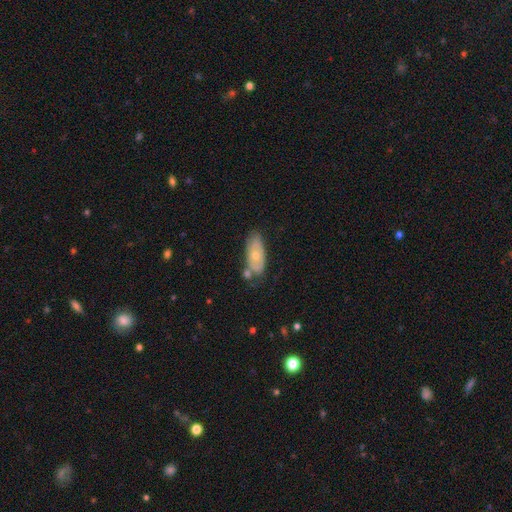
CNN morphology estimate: smooth-or-featured: smooth: 51% | featured or disk: 43% | star or artifact: 7%
  how-rounded: in between: 85% | cigar-shaped: 11% | round: 4%
  merging: none: 57% | minor disturbance: 23% | merger: 13% | major disturbance: 6%